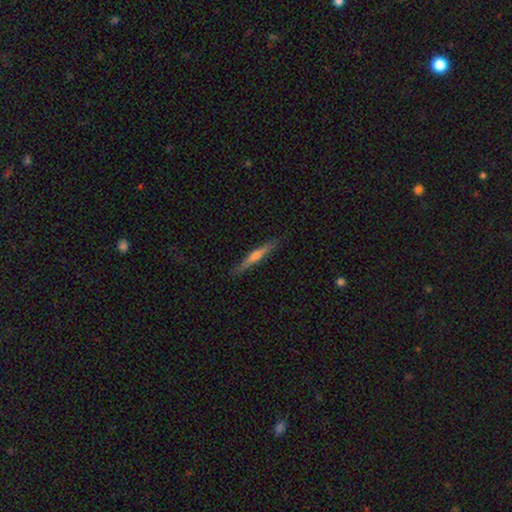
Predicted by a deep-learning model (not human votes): This is possibly a featured or disk galaxy (52%). It is clearly viewed edge-on (97%). Merging: clearly none (87%).